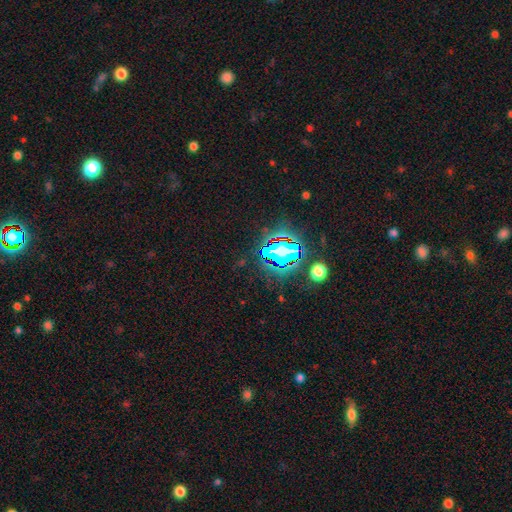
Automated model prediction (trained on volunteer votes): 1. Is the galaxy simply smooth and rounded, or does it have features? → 80% star or artifact, 13% smooth, 7% featured or disk.